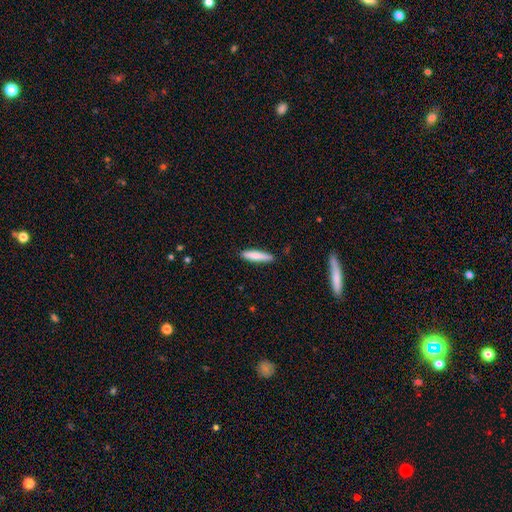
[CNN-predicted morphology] smooth 77%, featured or disk 17%, star or artifact 6%. Down the decision tree: how rounded — cigar-shaped (83%); merging — none (86%).